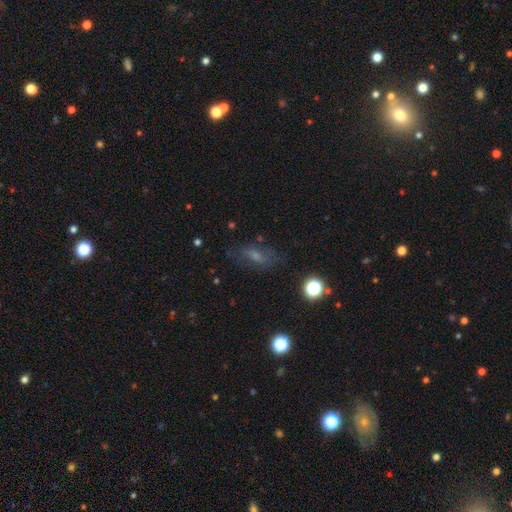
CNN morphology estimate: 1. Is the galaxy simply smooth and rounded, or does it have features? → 42% smooth, 34% featured or disk, 24% star or artifact.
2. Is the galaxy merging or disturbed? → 70% none, 18% minor disturbance, 10% major disturbance, 2% merger.